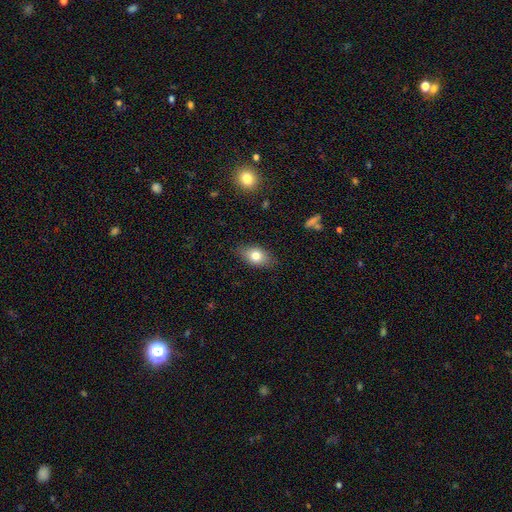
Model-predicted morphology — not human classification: A smooth galaxy with no disk features (76%) that is in between round and cigar-shaped (83%). Merging: none (82%).